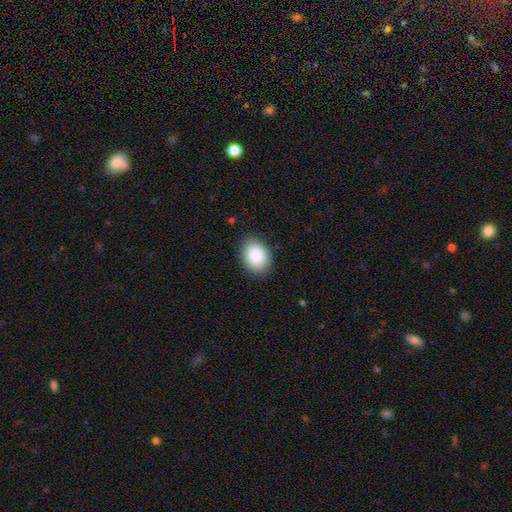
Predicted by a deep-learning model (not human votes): Q: Smooth or featured?
A: smooth (89%); runner-up: star or artifact (7%)
Q: How rounded?
A: in between (68%); runner-up: round (31%)
Q: Merging?
A: none (87%); runner-up: minor disturbance (10%)